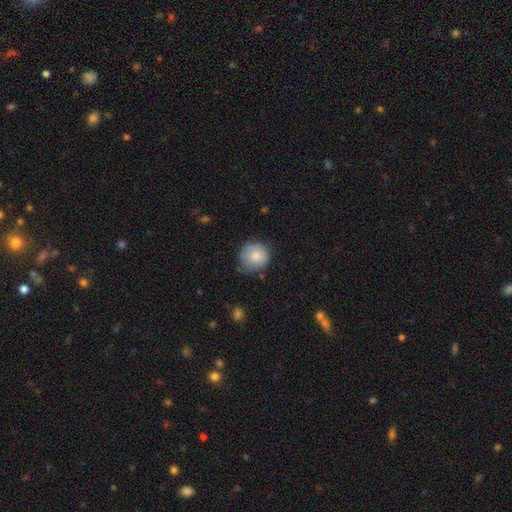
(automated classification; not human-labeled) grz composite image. It shows a smooth galaxy with no disk features (80%) that is round (87%). Merging: none (66%).